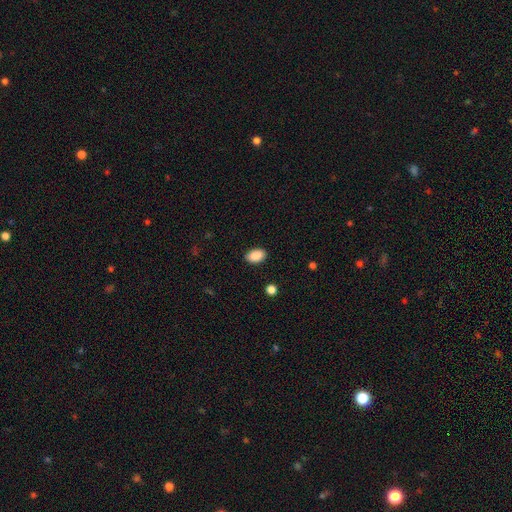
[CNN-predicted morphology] The model was most divided on "how rounded": in between: 89%, round: 10%, cigar-shaped: 1%. More confident: smooth or featured — smooth (90%); merging — none (88%).